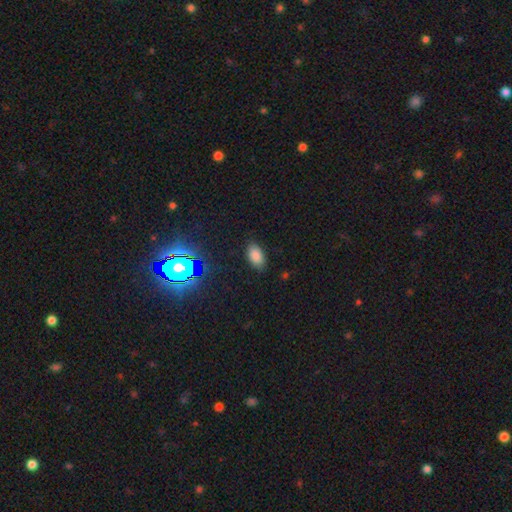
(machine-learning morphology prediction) Overall: smooth (78%). How rounded: in between (93%). Merging: none (85%).